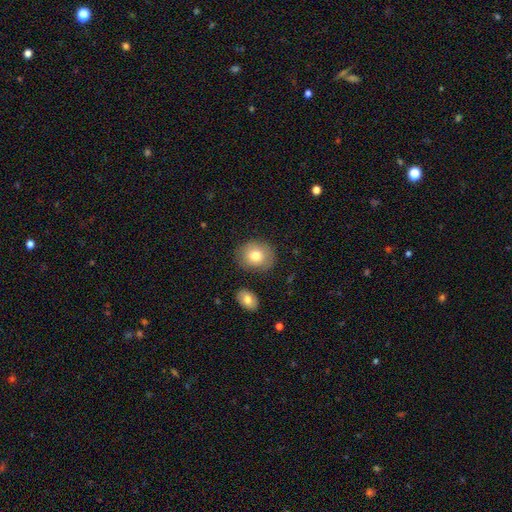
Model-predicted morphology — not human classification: Smooth or featured?
  - smooth: 77% *
  - featured or disk: 14%
  - star or artifact: 9%
How rounded?
  - round: 64% *
  - in between: 35%
  - cigar-shaped: 1%
Merging?
  - none: 80% *
  - minor disturbance: 12%
  - merger: 4%
  - major disturbance: 3%